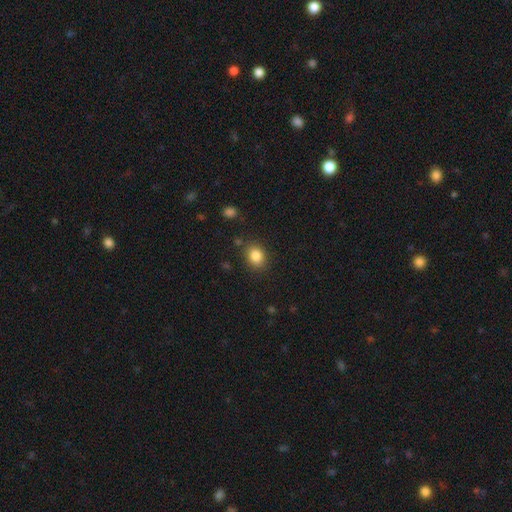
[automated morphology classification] Smooth or featured?
  - smooth: 85% *
  - star or artifact: 10%
  - featured or disk: 5%
How rounded?
  - round: 50% *
  - in between: 49%
  - cigar-shaped: 1%
Merging?
  - none: 84% *
  - minor disturbance: 10%
  - major disturbance: 3%
  - merger: 3%